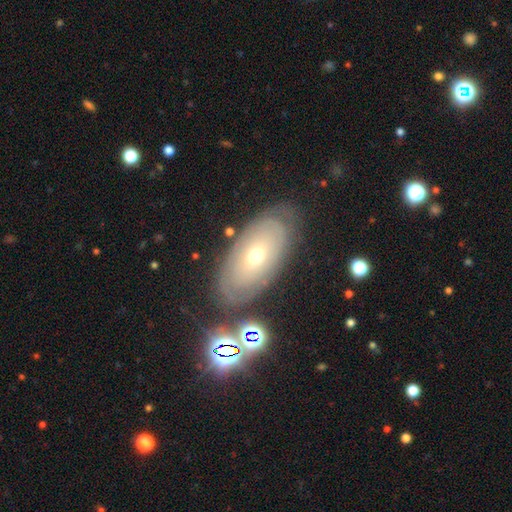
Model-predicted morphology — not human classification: type=featured or disk (62%); edge-on=no (89%); bar=no (83%); spiral arms=yes (62%); bulge=moderate (52%); merging=none (80%).